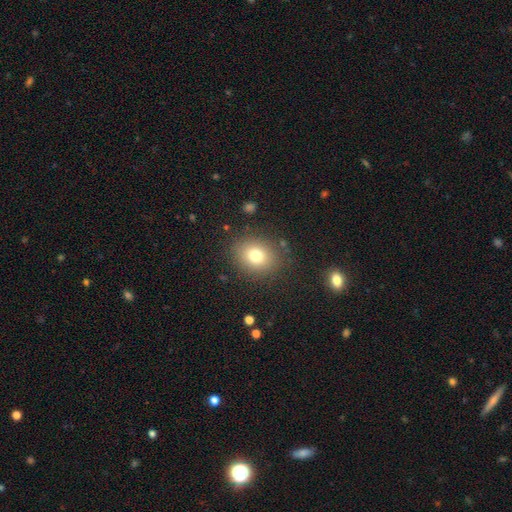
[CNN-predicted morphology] A smooth galaxy with no disk features (77%) that is round (63%). Merging: none (85%).